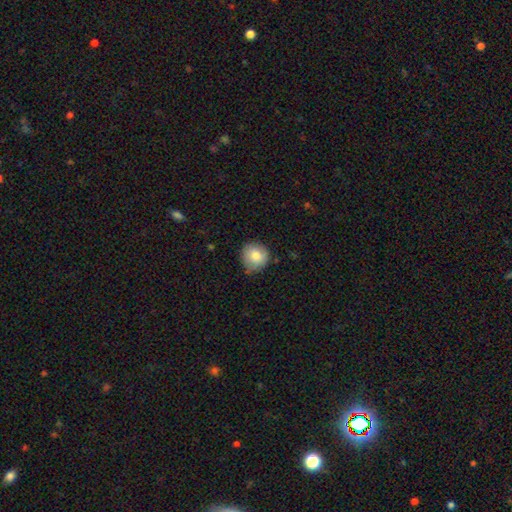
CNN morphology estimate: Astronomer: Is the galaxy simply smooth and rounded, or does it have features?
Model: smooth — 79%.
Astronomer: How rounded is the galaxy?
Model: round — 91%.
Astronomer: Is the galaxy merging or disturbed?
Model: none — 80%.